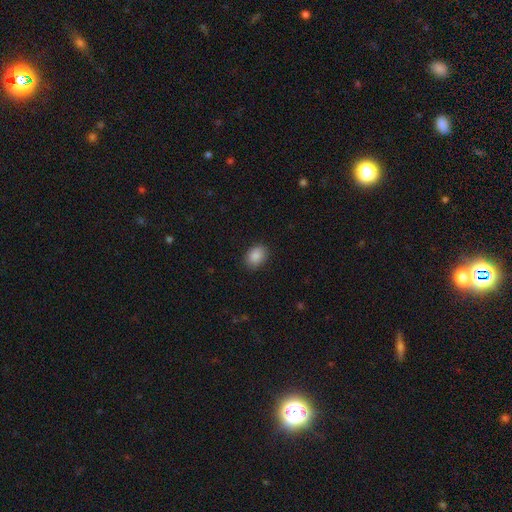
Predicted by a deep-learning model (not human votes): Smooth or featured? smooth (89%)
How rounded? in between (72%)
Merging? none (87%)